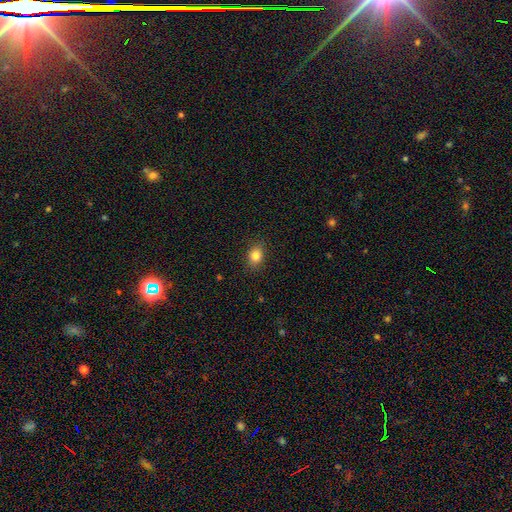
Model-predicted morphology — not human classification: This is clearly a smooth galaxy (83%). How rounded: likely in between (63%). Merging: clearly none (87%).